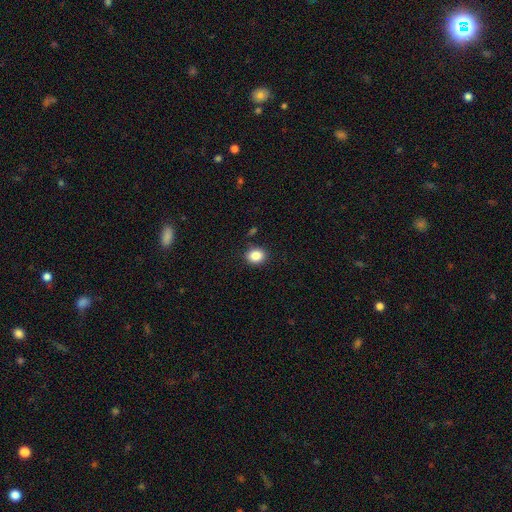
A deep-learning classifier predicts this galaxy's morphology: A smooth galaxy with no disk features (86%) that is round (58%). Merging: none (87%).